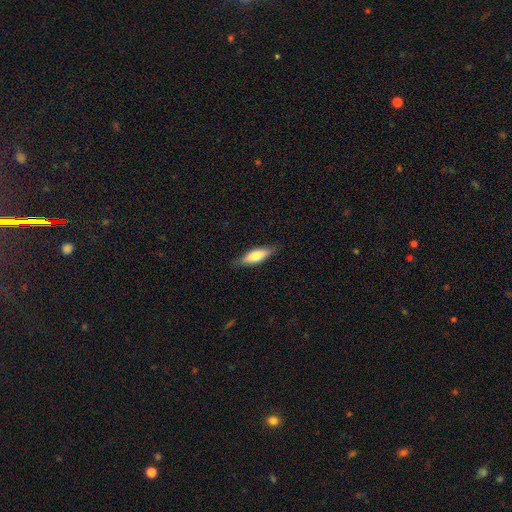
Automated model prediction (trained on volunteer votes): Q: Smooth or featured?
A: smooth (69%); runner-up: featured or disk (25%)
Q: How rounded?
A: in between (53%); runner-up: cigar-shaped (45%)
Q: Merging?
A: none (83%); runner-up: minor disturbance (14%)